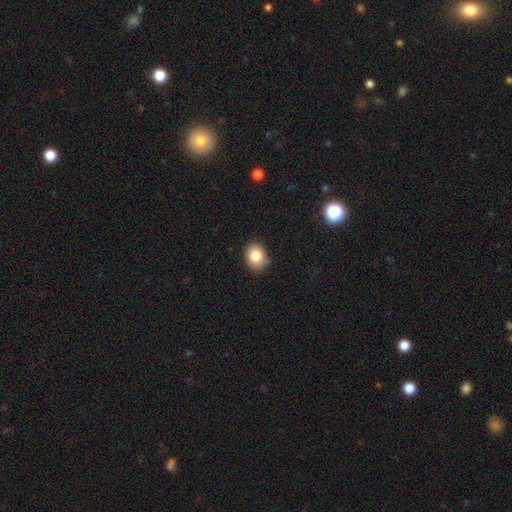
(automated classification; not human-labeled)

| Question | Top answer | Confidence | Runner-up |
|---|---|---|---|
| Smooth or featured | smooth | 82% | star or artifact (10%) |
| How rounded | round | 54% | in between (45%) |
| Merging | none | 82% | minor disturbance (14%) |